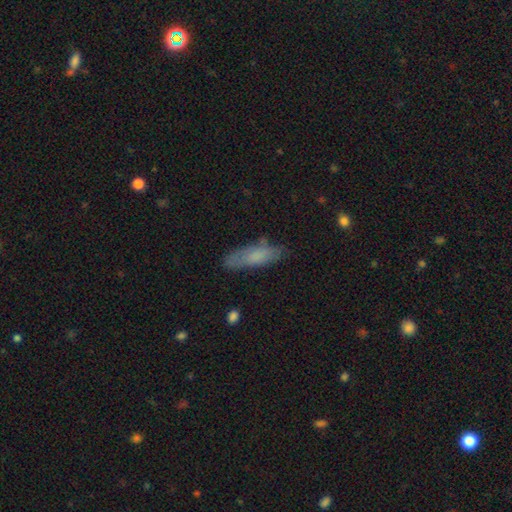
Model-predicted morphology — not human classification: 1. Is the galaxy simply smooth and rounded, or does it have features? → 73% smooth, 21% featured or disk, 7% star or artifact.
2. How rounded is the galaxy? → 53% cigar-shaped, 45% in between, 2% round.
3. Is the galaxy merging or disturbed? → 72% none, 21% minor disturbance, 5% major disturbance, 2% merger.